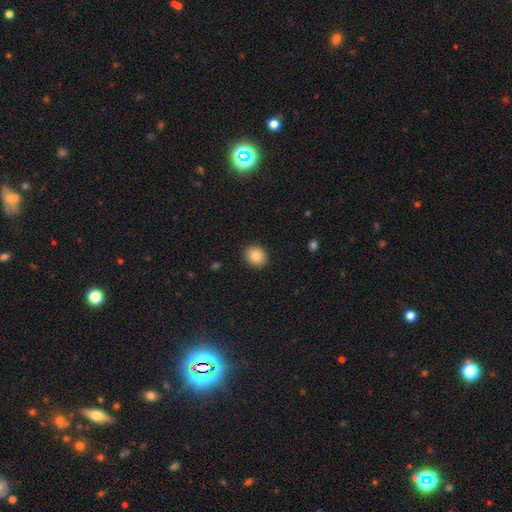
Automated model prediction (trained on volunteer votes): Smooth or featured? Predicted: smooth (p=0.84). How rounded? Predicted: round (p=0.66). Merging? Predicted: none (p=0.90).